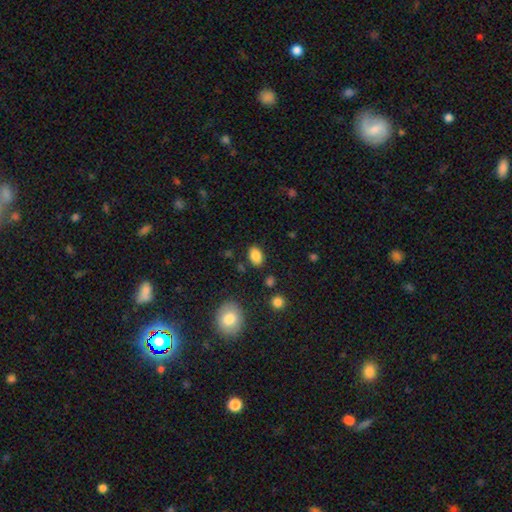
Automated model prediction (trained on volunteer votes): Q: Smooth or featured?
A: smooth (86%); runner-up: star or artifact (9%)
Q: How rounded?
A: in between (85%); runner-up: round (13%)
Q: Merging?
A: none (84%); runner-up: minor disturbance (11%)